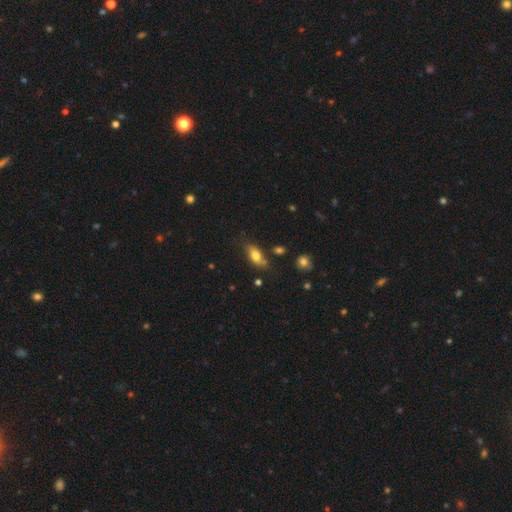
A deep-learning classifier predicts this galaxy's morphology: Q: Smooth or featured?
A: smooth (74%); runner-up: featured or disk (18%)
Q: How rounded?
A: in between (82%); runner-up: cigar-shaped (13%)
Q: Merging?
A: none (66%); runner-up: minor disturbance (21%)